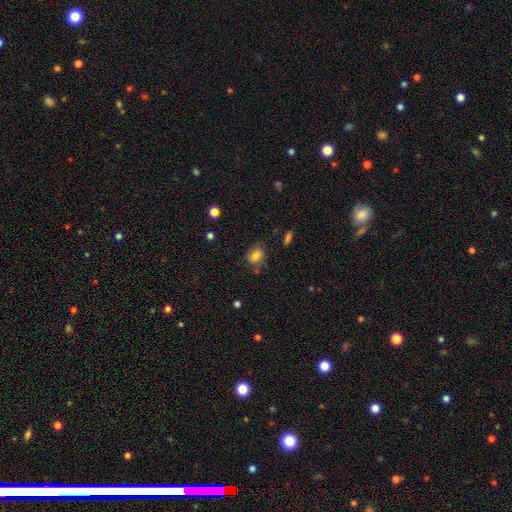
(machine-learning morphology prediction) smooth_or_featured: smooth (p=0.77) [alt: featured or disk p=0.12]
how_rounded: in between (p=0.66) [alt: round p=0.32]
merging: none (p=0.68) [alt: minor disturbance p=0.21]